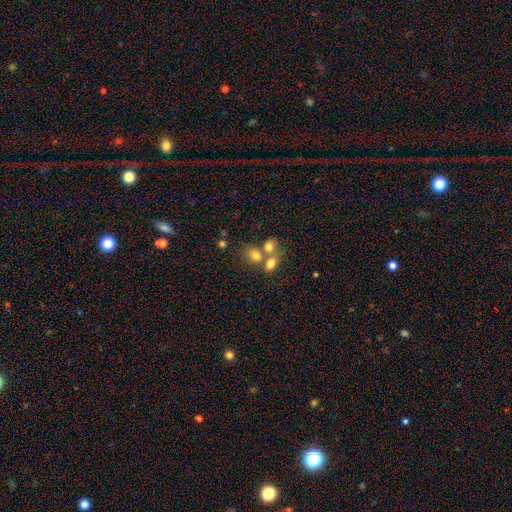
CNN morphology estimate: Smooth or featured: smooth — 74% (featured or disk — 14%)
How rounded: round — 51% (in between — 48%)
Merging: merger — 53% (none — 34%)